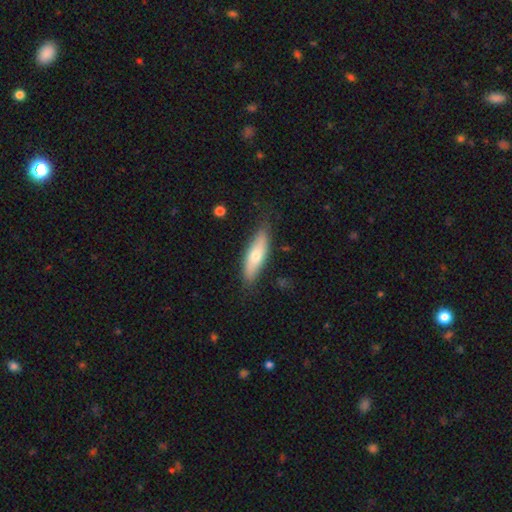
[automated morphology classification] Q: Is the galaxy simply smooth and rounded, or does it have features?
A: smooth — 63%.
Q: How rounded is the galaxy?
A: in between — 51%.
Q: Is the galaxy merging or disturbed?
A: none — 79%.